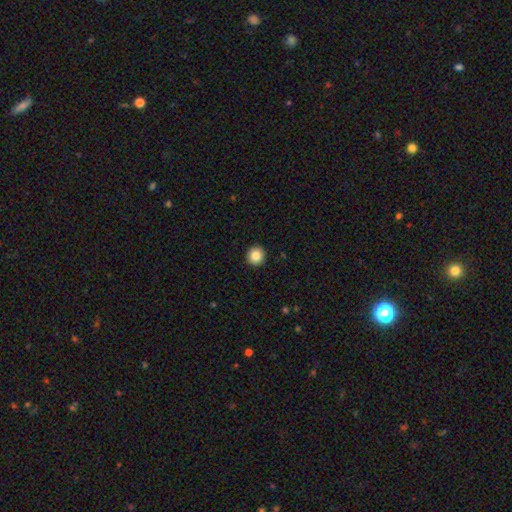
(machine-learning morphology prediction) This appears to be a smooth galaxy with no disk features (85%) that is round (94%). Merging: none (93%).